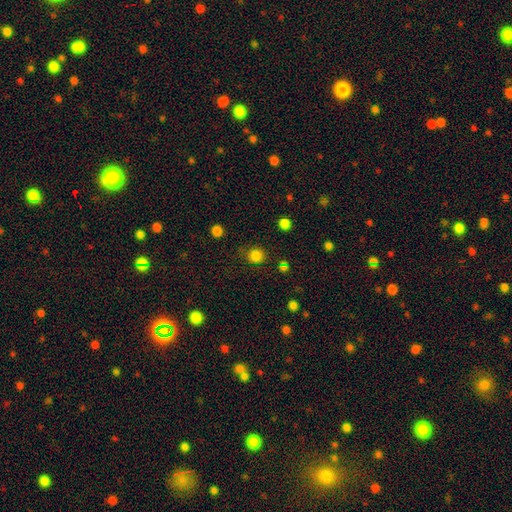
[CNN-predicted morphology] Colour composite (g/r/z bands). It shows a smooth galaxy with no disk features (82%) that is round (90%). Merging: none (83%).